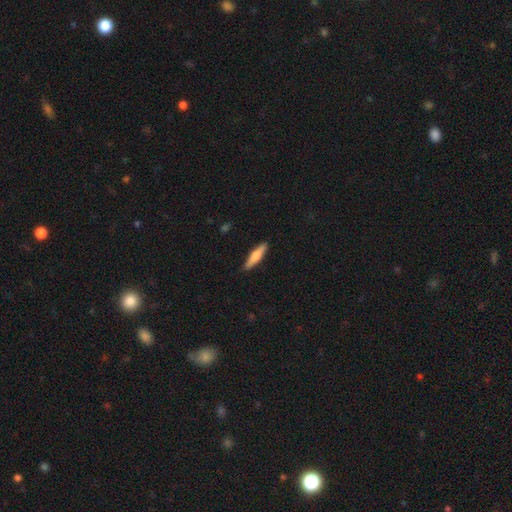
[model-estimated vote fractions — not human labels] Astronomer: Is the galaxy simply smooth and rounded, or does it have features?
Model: smooth — 63%.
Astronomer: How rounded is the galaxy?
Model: cigar-shaped — 81%.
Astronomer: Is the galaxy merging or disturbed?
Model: none — 89%.